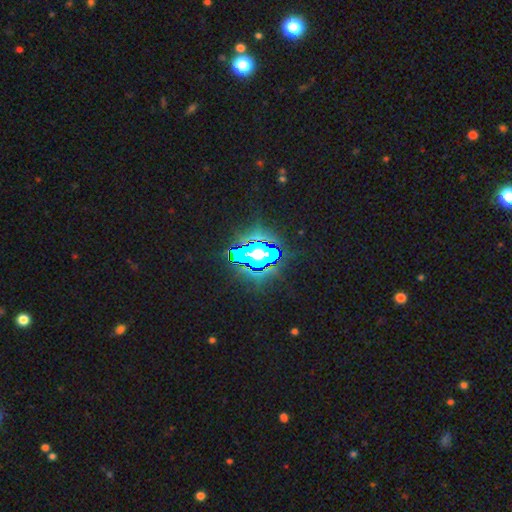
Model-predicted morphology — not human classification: star or artifact 83%, smooth 10%, featured or disk 7%.